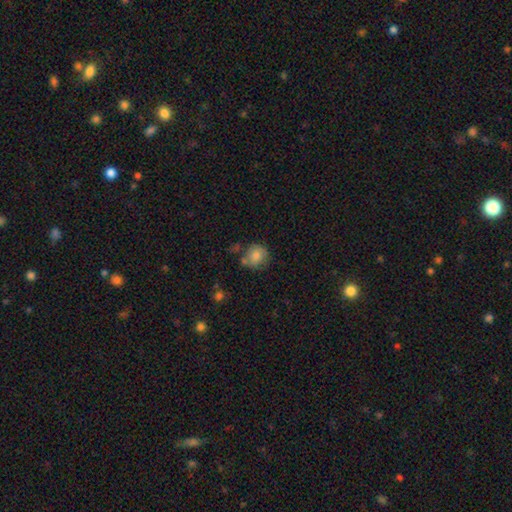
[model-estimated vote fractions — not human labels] This is likely a smooth galaxy (78%). How rounded: likely round (78%). Merging: possibly none (55%).